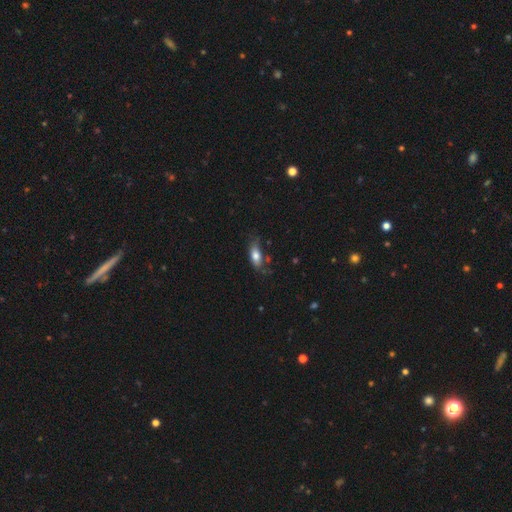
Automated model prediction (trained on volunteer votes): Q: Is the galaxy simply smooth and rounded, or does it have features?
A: smooth — 75%.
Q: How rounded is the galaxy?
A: in between — 79%.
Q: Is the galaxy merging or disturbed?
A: none — 61%.